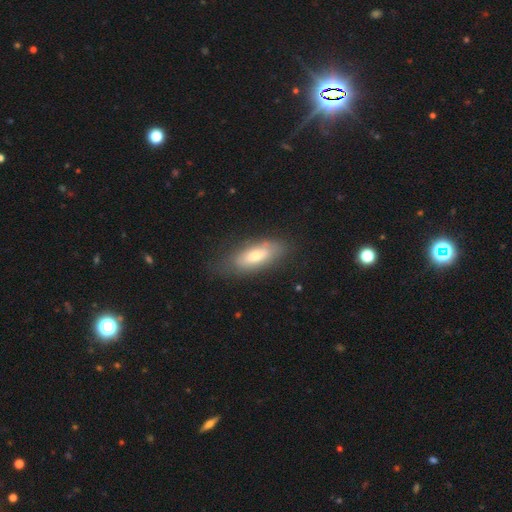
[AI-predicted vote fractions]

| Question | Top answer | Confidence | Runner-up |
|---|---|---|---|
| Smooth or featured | smooth | 63% | featured or disk (30%) |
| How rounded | in between | 78% | cigar-shaped (19%) |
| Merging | none | 68% | minor disturbance (22%) |